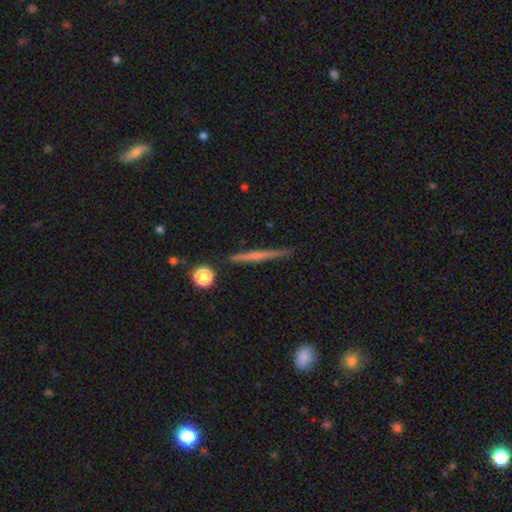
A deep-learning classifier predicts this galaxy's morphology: Q: Smooth or featured?
A: featured or disk (54%); runner-up: smooth (38%)
Q: Edge-on disk?
A: yes (97%); runner-up: no (3%)
Q: Edge-on bulge?
A: none (61%); runner-up: rounded (32%)
Q: Merging?
A: none (90%); runner-up: minor disturbance (7%)